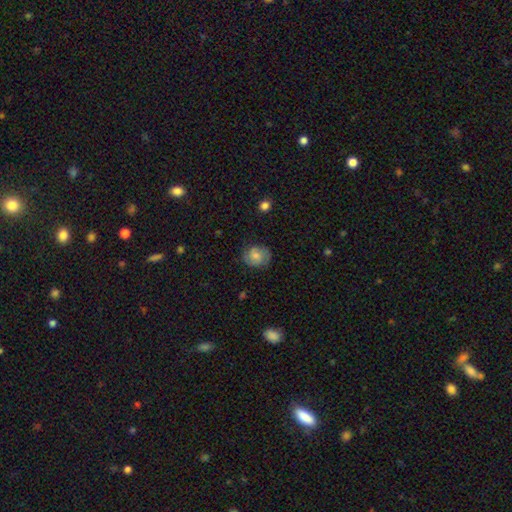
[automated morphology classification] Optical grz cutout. It shows a smooth galaxy with no disk features (62%) that is round (72%). Merging: none (73%).